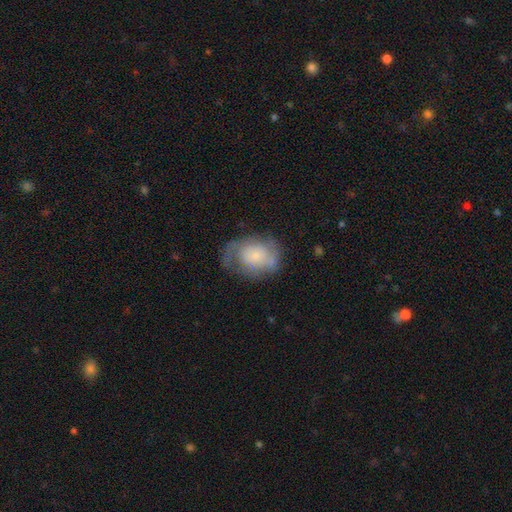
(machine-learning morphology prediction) A featured or disk galaxy (52%) with no bar (78%), spiral arms (75%) and a small central bulge (47%).

Vote fractions:
- Smooth or featured? featured or disk: 52% / smooth: 41% / star or artifact: 8%
- Edge-on disk? no: 97% / yes: 3%
- Bar? no: 78% / weak: 19% / strong: 3%
- Spiral arms? yes: 75% / no: 25%
- Bulge size? small: 47% / moderate: 22% / none: 15% / large: 12% / dominant: 4%
- Merging? none: 50% / minor disturbance: 27% / major disturbance: 21% / merger: 2%